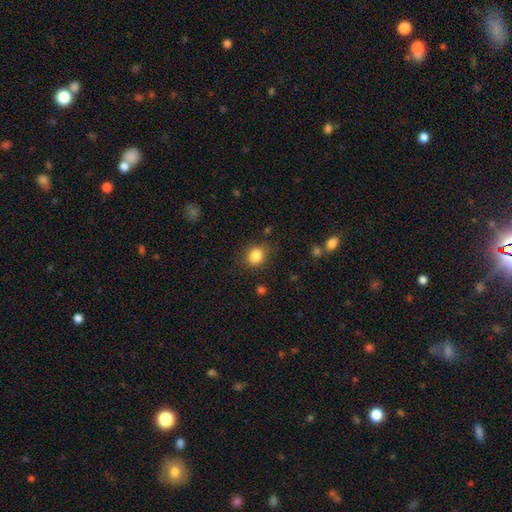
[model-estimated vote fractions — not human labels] Q: Smooth or featured?
A: smooth (85%); runner-up: star or artifact (10%)
Q: How rounded?
A: round (65%); runner-up: in between (34%)
Q: Merging?
A: none (80%); runner-up: minor disturbance (14%)